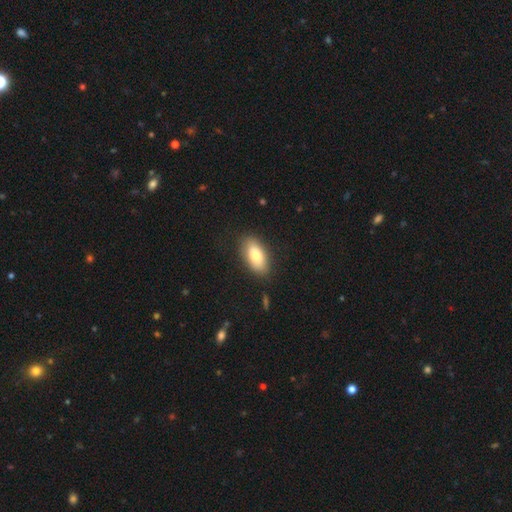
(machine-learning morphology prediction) smooth_or_featured: smooth (p=0.78) [alt: featured or disk p=0.15]
how_rounded: in between (p=0.90) [alt: cigar-shaped p=0.07]
merging: none (p=0.85) [alt: minor disturbance p=0.11]